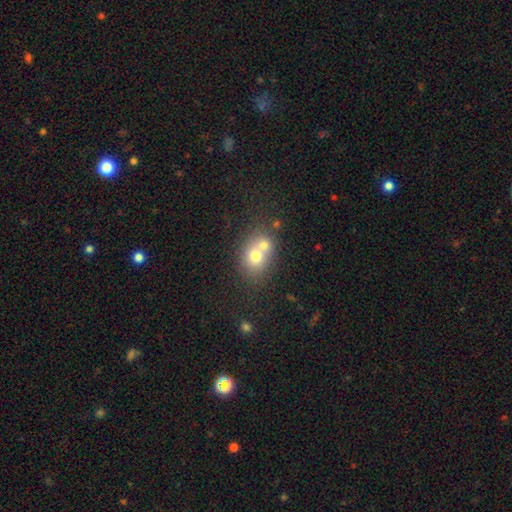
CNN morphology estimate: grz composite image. It shows a smooth galaxy with no disk features (68%) that is round (55%). Merging: merger (60%).